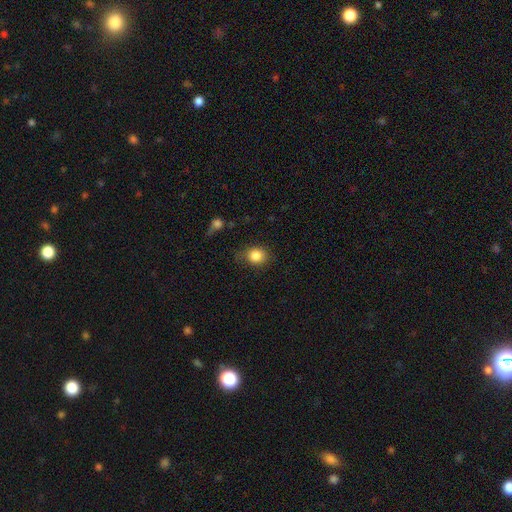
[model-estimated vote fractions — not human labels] Morphology: type=smooth (85%); roundness=round (69%); merging=none (75%).